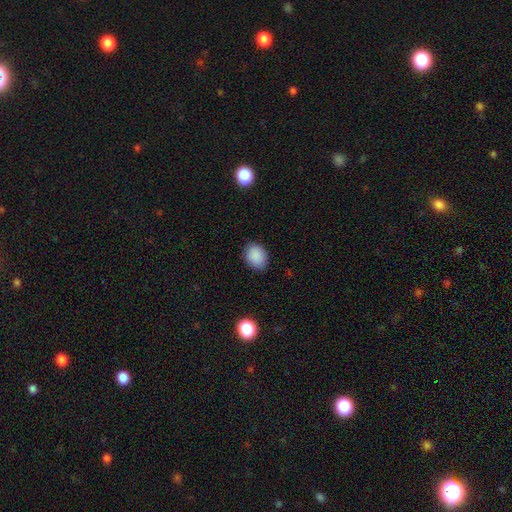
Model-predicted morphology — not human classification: smooth_or_featured: smooth (p=0.89) [alt: star or artifact p=0.08]
how_rounded: in between (p=0.59) [alt: round p=0.40]
merging: none (p=0.84) [alt: minor disturbance p=0.12]